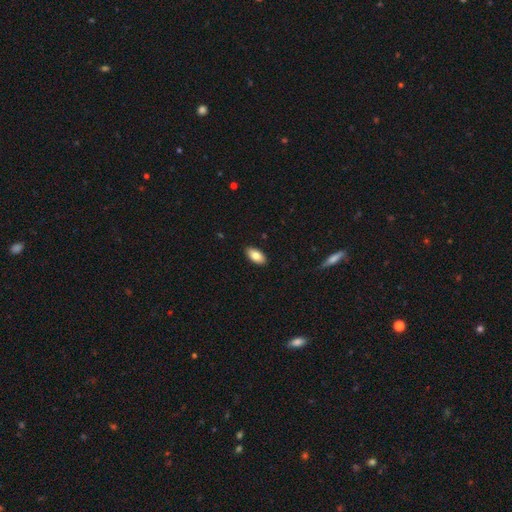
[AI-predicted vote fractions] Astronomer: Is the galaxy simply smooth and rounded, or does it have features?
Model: smooth — 82%.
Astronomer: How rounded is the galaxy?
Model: in between — 93%.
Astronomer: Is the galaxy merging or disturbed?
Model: none — 89%.